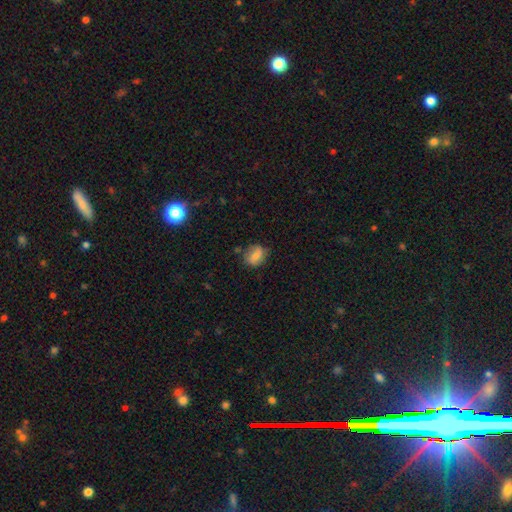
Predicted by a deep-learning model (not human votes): Smooth or featured? smooth (64%)
How rounded? in between (60%)
Merging? none (70%)